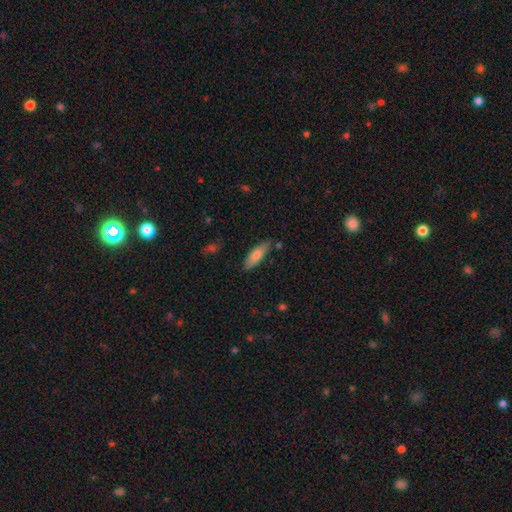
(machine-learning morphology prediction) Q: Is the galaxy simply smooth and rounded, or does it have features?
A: smooth — 76%.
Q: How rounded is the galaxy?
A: in between — 53%.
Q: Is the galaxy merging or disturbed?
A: none — 80%.